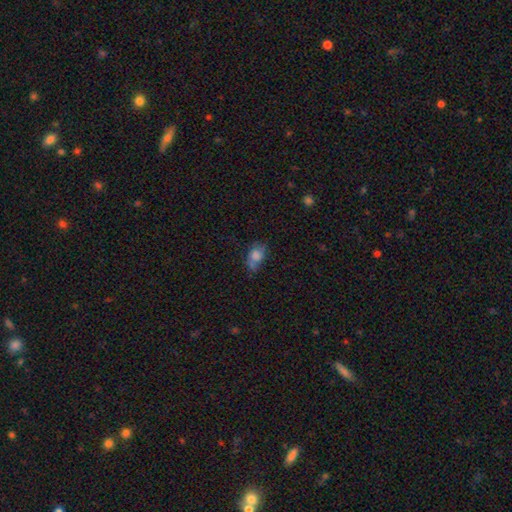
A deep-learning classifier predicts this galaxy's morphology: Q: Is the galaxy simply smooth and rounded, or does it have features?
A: smooth — 70%.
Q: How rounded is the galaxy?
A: in between — 83%.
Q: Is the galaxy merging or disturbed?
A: none — 47%.